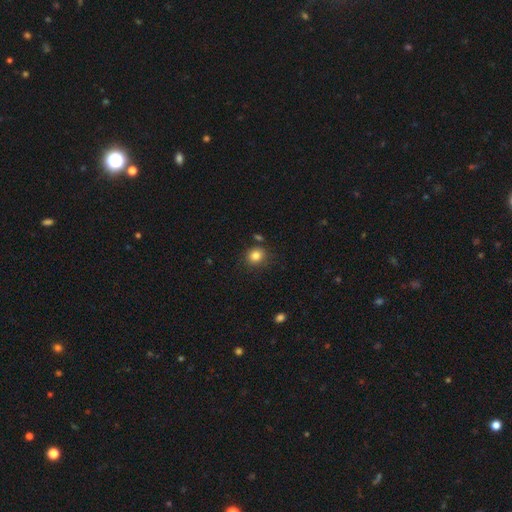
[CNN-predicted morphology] smooth-or-featured: smooth: 83% | star or artifact: 11% | featured or disk: 6%
  how-rounded: round: 77% | in between: 23% | cigar-shaped: 1%
  merging: none: 81% | minor disturbance: 11% | merger: 5% | major disturbance: 3%